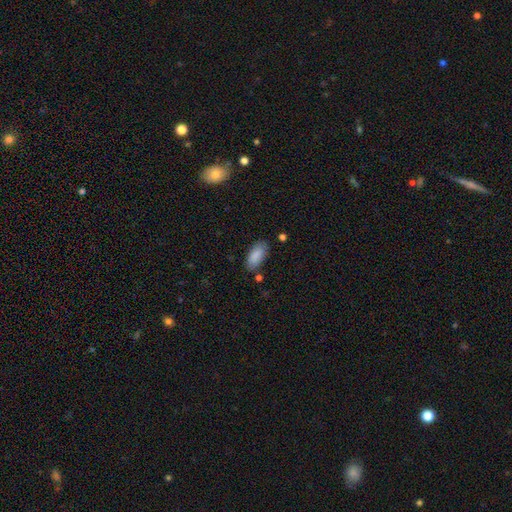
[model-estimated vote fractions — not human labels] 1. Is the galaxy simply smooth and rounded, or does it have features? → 89% smooth, 6% star or artifact, 5% featured or disk.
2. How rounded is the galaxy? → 90% in between, 8% cigar-shaped, 2% round.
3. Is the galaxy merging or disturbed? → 79% none, 15% minor disturbance, 3% merger, 3% major disturbance.